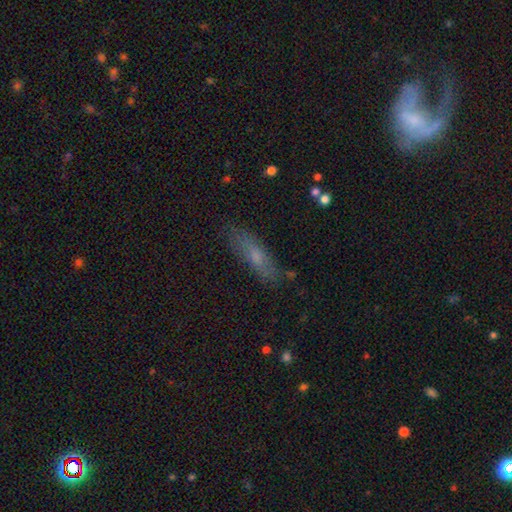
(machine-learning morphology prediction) Smooth or featured? Predicted: smooth (p=0.60). How rounded? Predicted: cigar-shaped (p=0.63). Merging? Predicted: none (p=0.79).